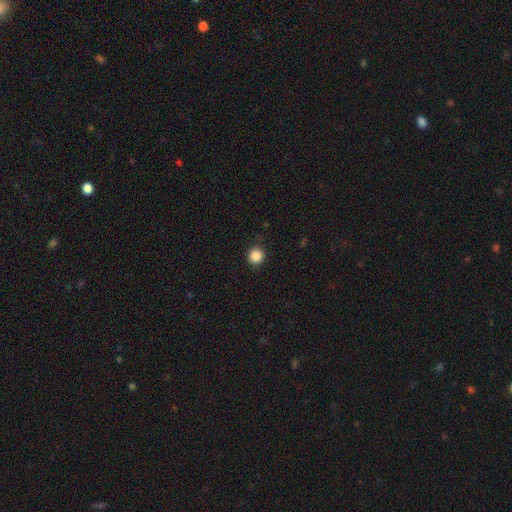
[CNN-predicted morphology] Smooth or featured? smooth (86%)
How rounded? round (93%)
Merging? none (89%)